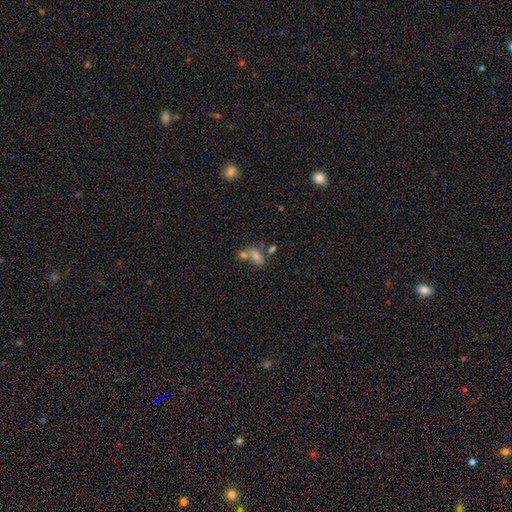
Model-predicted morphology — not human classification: The model was most divided on "merging": merger: 43%, none: 36%, minor disturbance: 12%, major disturbance: 9%. More confident: how rounded — in between (73%); smooth or featured — smooth (58%).